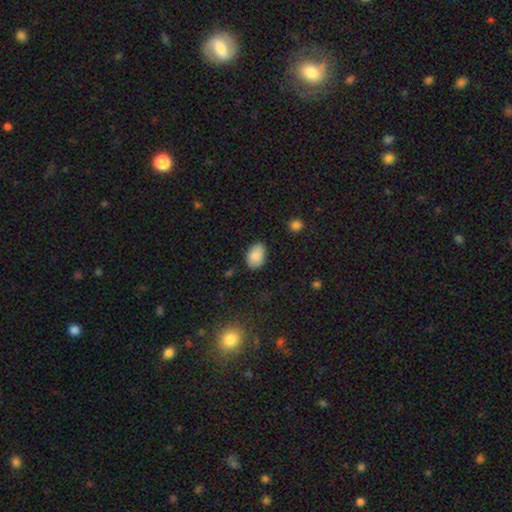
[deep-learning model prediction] A smooth galaxy with no disk features (86%) that is in between round and cigar-shaped (88%). Merging: none (82%).